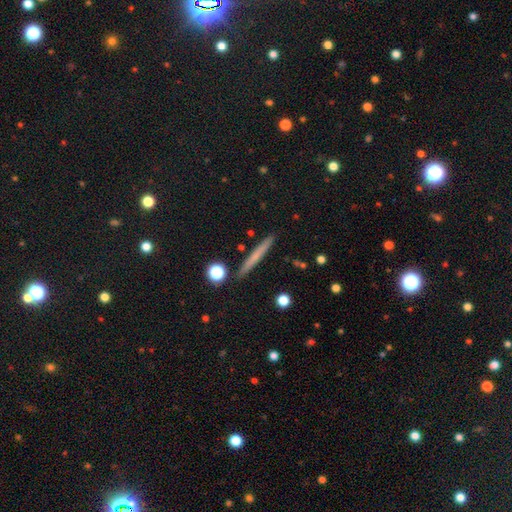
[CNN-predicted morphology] The model was most divided on "smooth or featured": smooth: 59%, featured or disk: 34%, star or artifact: 7%. More confident: how rounded — cigar-shaped (96%); merging — none (91%).